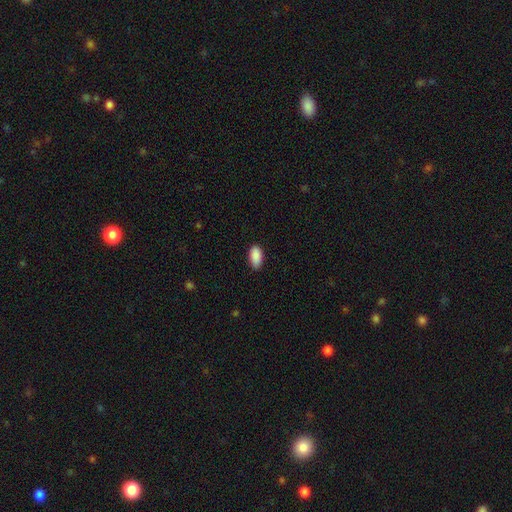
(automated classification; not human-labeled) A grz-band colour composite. It shows a smooth galaxy with no disk features (90%) that is in between round and cigar-shaped (93%). Merging: none (82%).